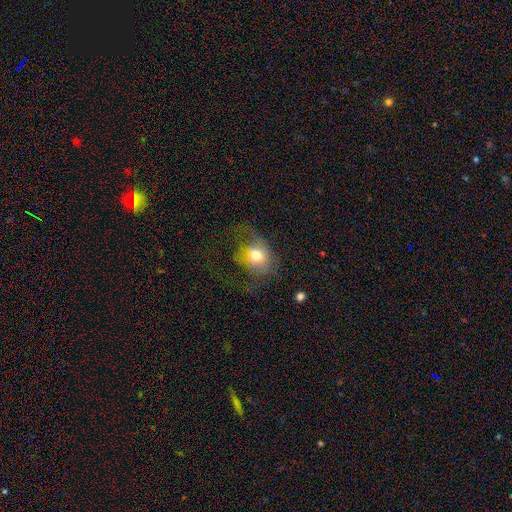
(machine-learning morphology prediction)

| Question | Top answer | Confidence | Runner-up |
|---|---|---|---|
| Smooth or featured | smooth | 63% | featured or disk (27%) |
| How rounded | in between | 50% | round (49%) |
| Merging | major disturbance | 45% | none (32%) |